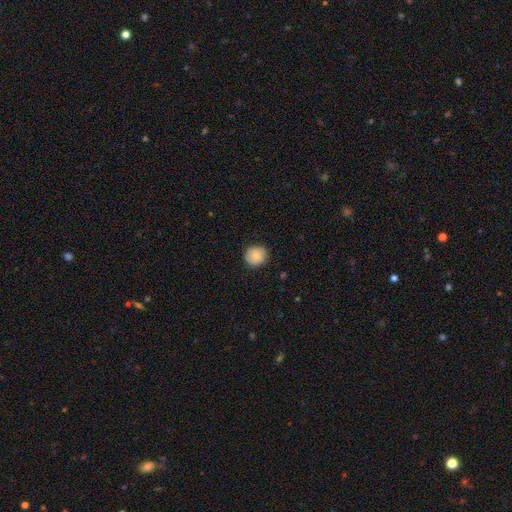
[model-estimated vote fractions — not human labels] This appears to be a smooth galaxy with no disk features (84%) that is round (87%). Merging: none (85%).